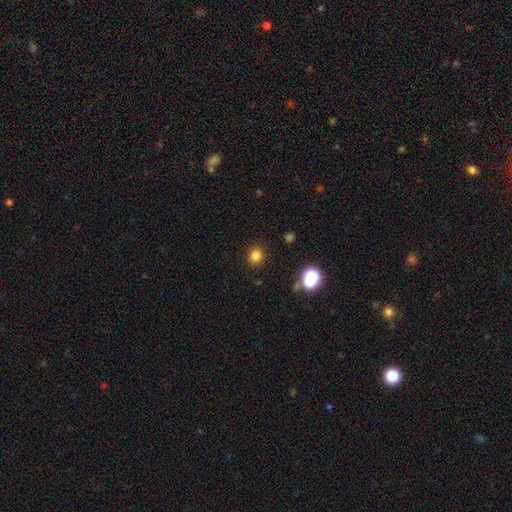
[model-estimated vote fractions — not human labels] Smooth or featured: smooth — 79% (star or artifact — 15%)
How rounded: round — 84% (in between — 15%)
Merging: none — 89% (minor disturbance — 7%)